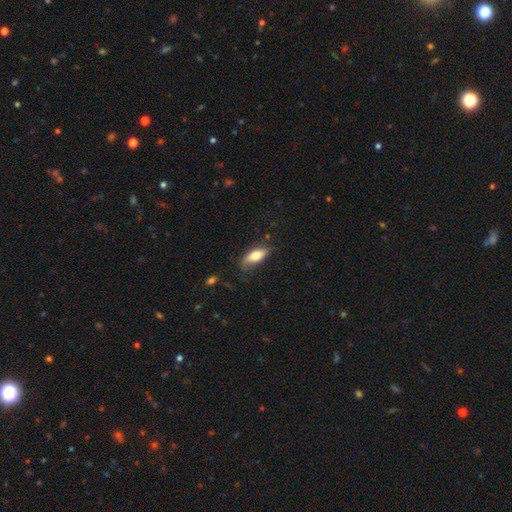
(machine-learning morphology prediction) type=smooth (72%); roundness=in between (78%); merging=none (63%).